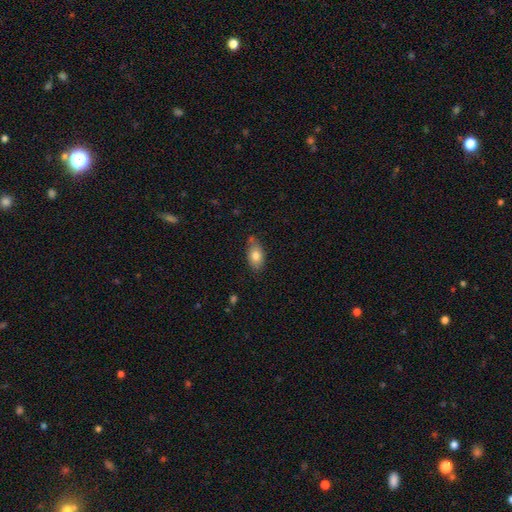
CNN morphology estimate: type=smooth (80%); roundness=in between (89%); merging=none (74%).